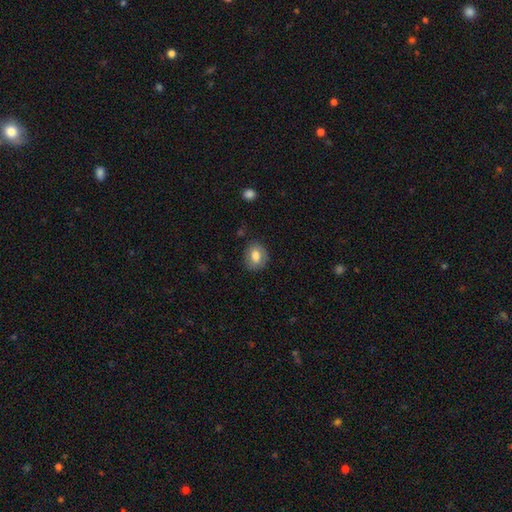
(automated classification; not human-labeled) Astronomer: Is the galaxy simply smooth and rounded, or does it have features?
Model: smooth — 75%.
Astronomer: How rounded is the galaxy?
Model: in between — 54% (runner-up: round, 44%).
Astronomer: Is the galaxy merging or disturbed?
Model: none — 78%.